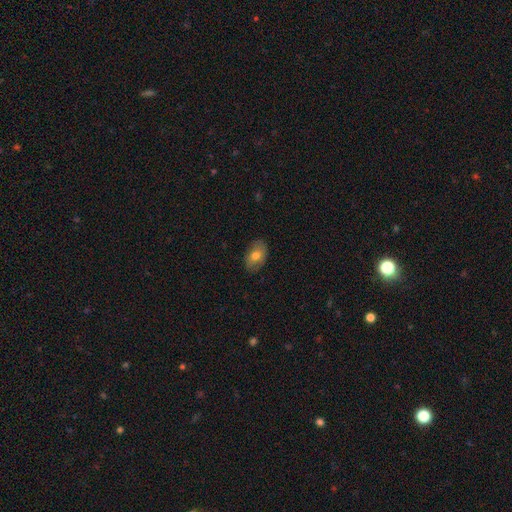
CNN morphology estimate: A smooth galaxy with no disk features (71%) that is in between round and cigar-shaped (86%). Merging: none (83%).